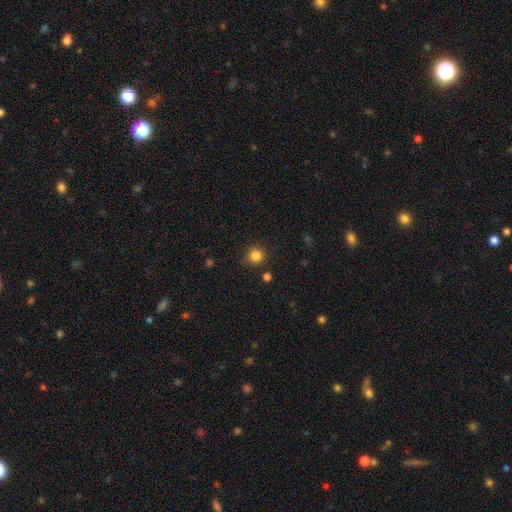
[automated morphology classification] smooth 84%, star or artifact 12%, featured or disk 4%. Down the decision tree: how rounded — round (91%); merging — none (84%).